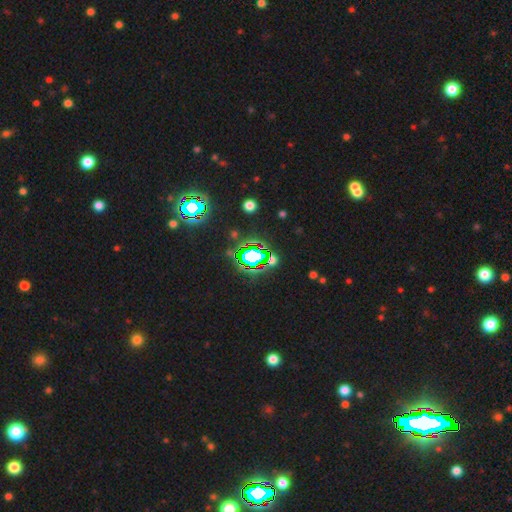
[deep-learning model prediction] smooth_or_featured: star or artifact (p=0.68) [alt: smooth p=0.19]